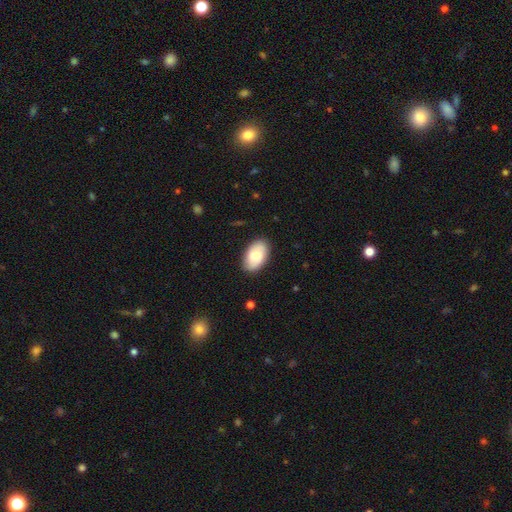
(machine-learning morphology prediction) This appears to be a smooth galaxy with no disk features (75%) that is in between round and cigar-shaped (94%). Merging: none (86%).